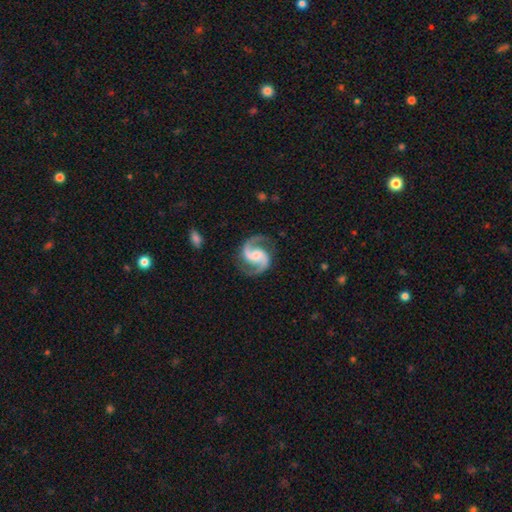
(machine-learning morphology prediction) This is clearly a featured or disk galaxy (93%). It is clearly not viewed edge-on (98%). Bar: marginally weak (42%). Spiral arm pattern: clearly yes (99%). Spiral arm count: clearly 2 (94%). Spiral winding: likely medium (64%). Central bulge: marginally moderate (41%). Merging: clearly none (82%).